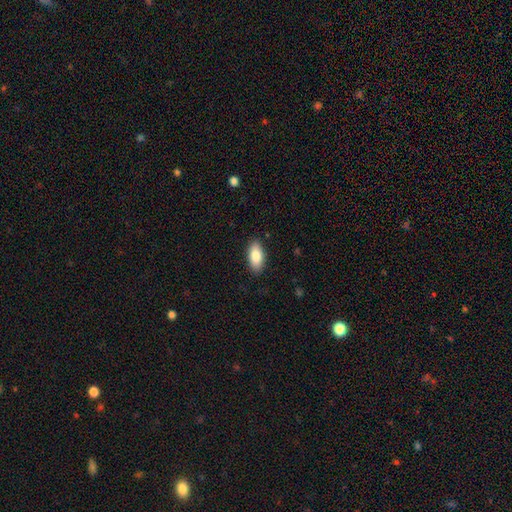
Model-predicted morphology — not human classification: Q: Smooth or featured?
A: smooth (85%); runner-up: featured or disk (9%)
Q: How rounded?
A: in between (90%); runner-up: cigar-shaped (7%)
Q: Merging?
A: none (88%); runner-up: minor disturbance (9%)